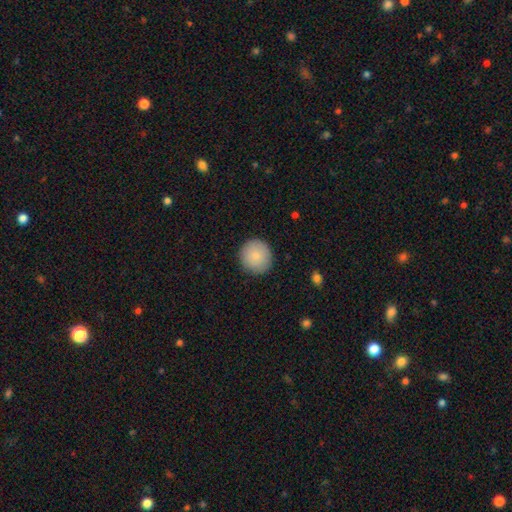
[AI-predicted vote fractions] smooth 85%, featured or disk 9%, star or artifact 7%. Down the decision tree: how rounded — round (94%); merging — none (90%).